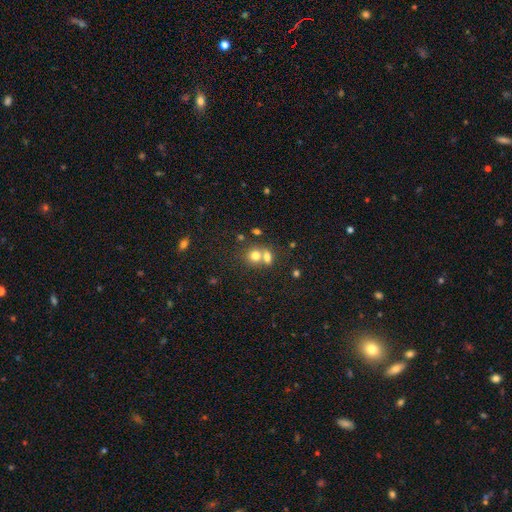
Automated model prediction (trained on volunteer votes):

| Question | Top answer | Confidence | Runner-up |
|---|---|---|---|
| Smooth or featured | smooth | 74% | featured or disk (13%) |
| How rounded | round | 71% | in between (28%) |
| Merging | merger | 54% | none (35%) |